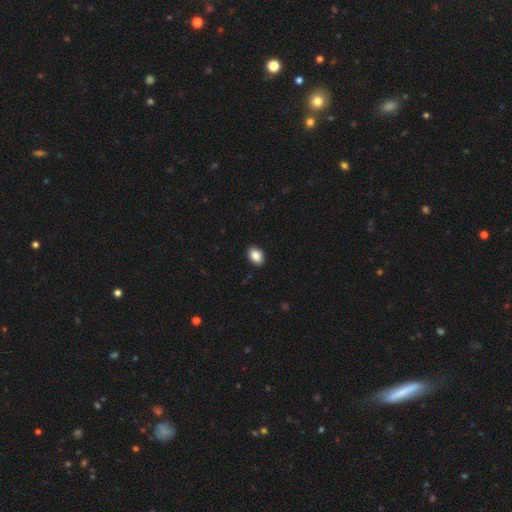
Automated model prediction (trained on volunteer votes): smooth-or-featured: smooth: 87% | star or artifact: 8% | featured or disk: 5%
  how-rounded: in between: 81% | round: 18% | cigar-shaped: 1%
  merging: none: 90% | minor disturbance: 7% | major disturbance: 2% | merger: 1%